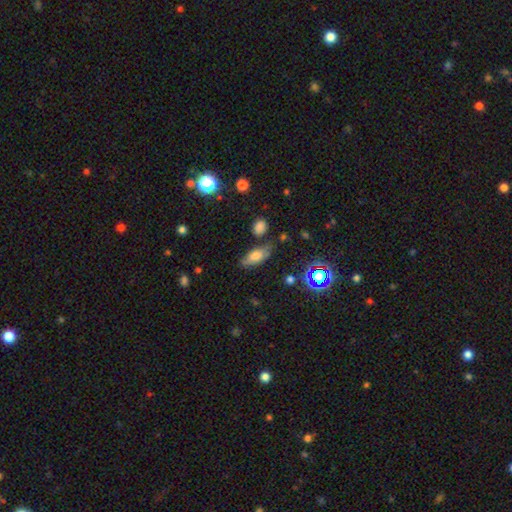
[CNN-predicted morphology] This is likely a smooth galaxy (66%). How rounded: likely in between (75%). Merging: likely none (71%).